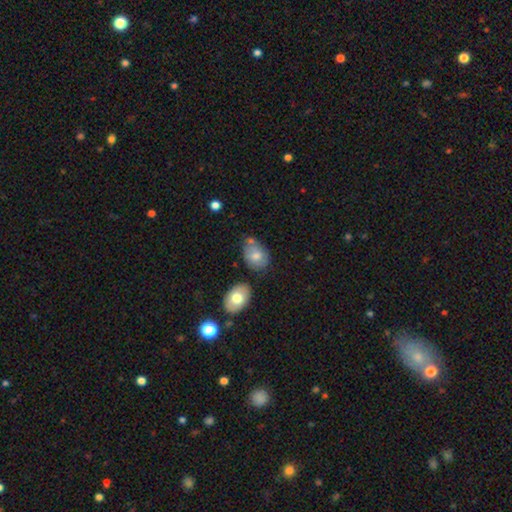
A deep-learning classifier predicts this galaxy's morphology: Smooth or featured?
  - smooth: 71% *
  - featured or disk: 22%
  - star or artifact: 8%
How rounded?
  - in between: 72% *
  - round: 27%
  - cigar-shaped: 1%
Merging?
  - none: 50% *
  - minor disturbance: 27%
  - merger: 15%
  - major disturbance: 8%